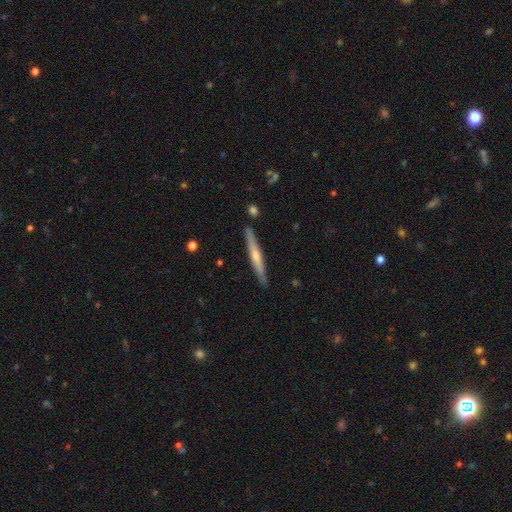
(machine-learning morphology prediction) This appears to be a featured or disk galaxy (56%) viewed edge-on (95%) with a rounded central bulge (64%). Merging: none (88%).